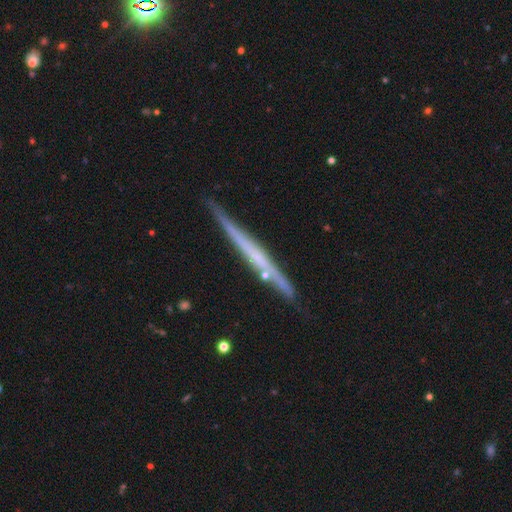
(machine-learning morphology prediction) This appears to be a featured or disk galaxy (66%) viewed edge-on (96%) with no central bulge (78%). Merging: none (80%).